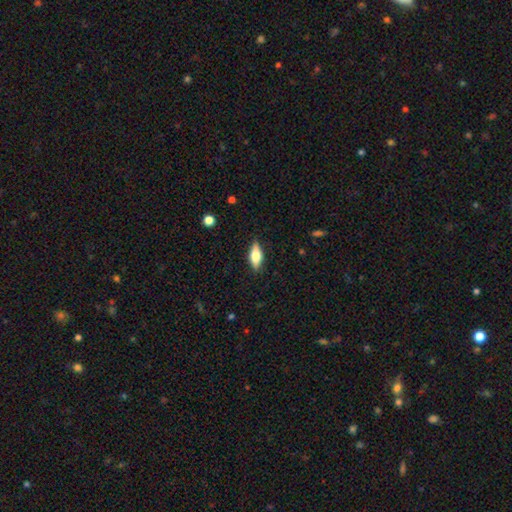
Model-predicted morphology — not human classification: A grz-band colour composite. It shows a smooth galaxy with no disk features (56%) that is in between round and cigar-shaped (70%). Merging: none (86%).